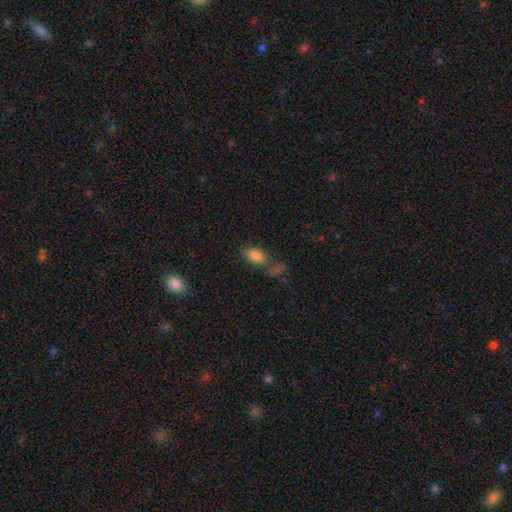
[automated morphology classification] smooth_or_featured: smooth (p=0.80) [alt: star or artifact p=0.10]
how_rounded: in between (p=0.89) [alt: round p=0.08]
merging: none (p=0.52) [alt: merger p=0.23]